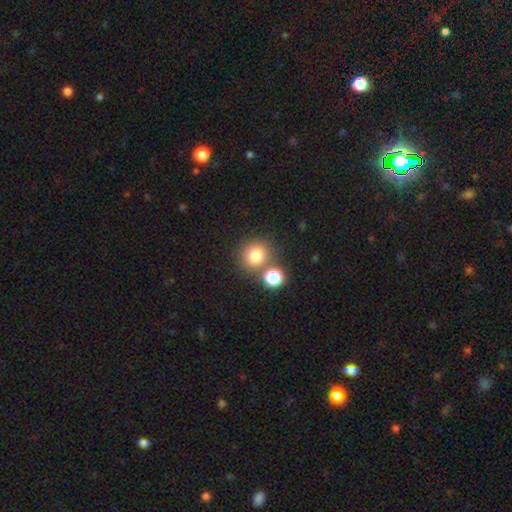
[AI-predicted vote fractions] This appears to be a smooth galaxy with no disk features (78%) that is round (87%). Merging: none (70%).